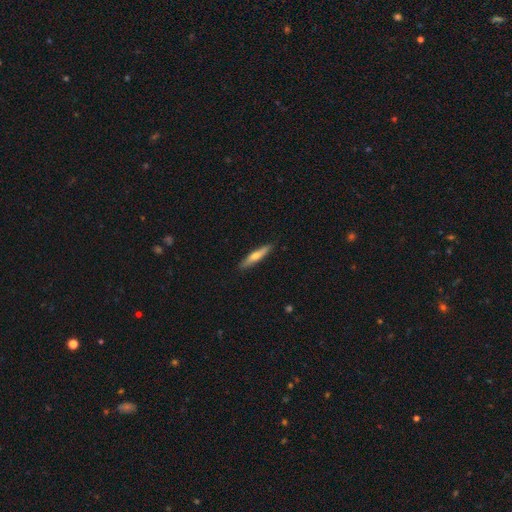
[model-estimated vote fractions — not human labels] This is possibly a smooth galaxy (54%). How rounded: clearly cigar-shaped (89%). Merging: clearly none (89%).